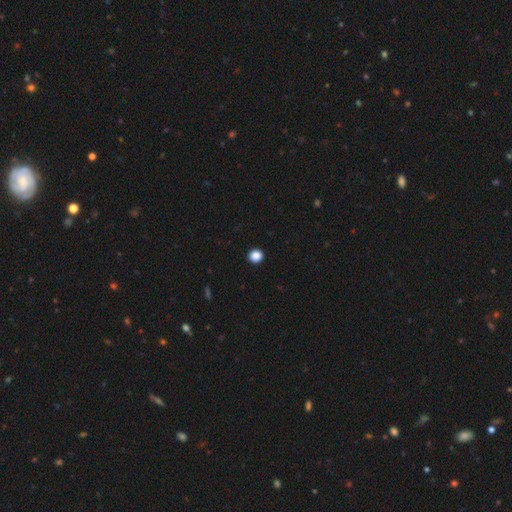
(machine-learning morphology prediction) smooth-or-featured: smooth: 87% | star or artifact: 10% | featured or disk: 2%
  how-rounded: round: 91% | in between: 8% | cigar-shaped: 1%
  merging: none: 94% | minor disturbance: 4% | major disturbance: 1% | merger: 1%